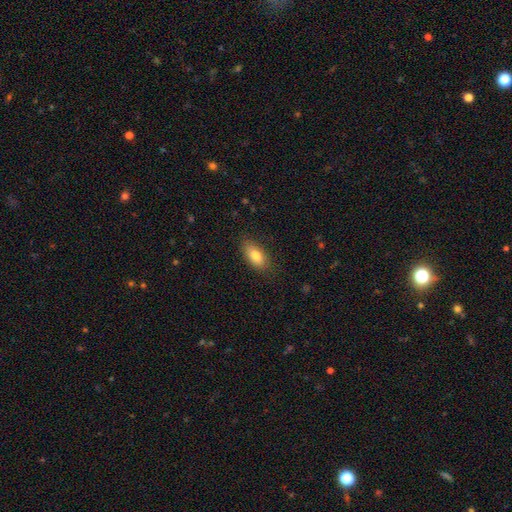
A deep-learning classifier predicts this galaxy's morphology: Smooth or featured? smooth (81%)
How rounded? in between (88%)
Merging? none (83%)